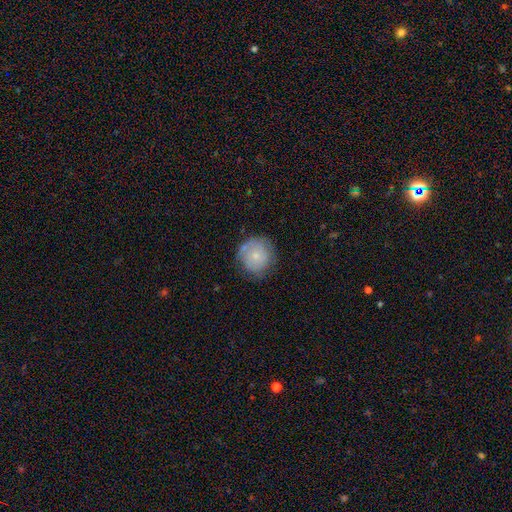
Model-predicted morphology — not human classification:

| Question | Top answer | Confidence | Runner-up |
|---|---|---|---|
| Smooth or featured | smooth | 60% | featured or disk (33%) |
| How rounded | round | 91% | in between (8%) |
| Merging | none | 69% | minor disturbance (21%) |